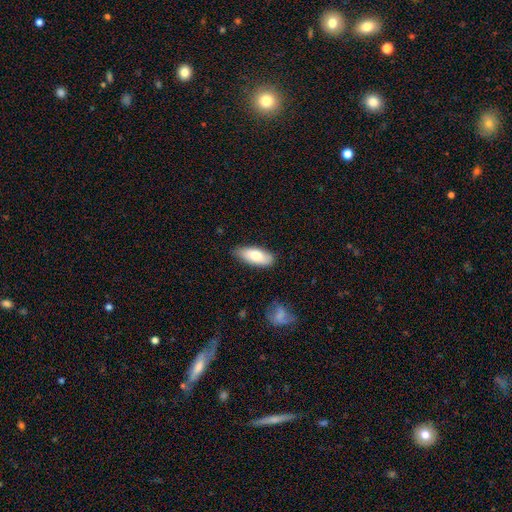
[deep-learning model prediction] Smooth or featured? Predicted: smooth (p=0.78). How rounded? Predicted: in between (p=0.82). Merging? Predicted: none (p=0.79).